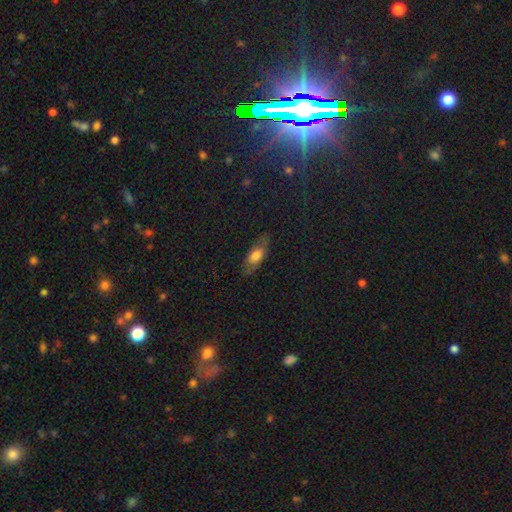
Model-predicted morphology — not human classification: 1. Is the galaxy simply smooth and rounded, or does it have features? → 61% smooth, 29% featured or disk, 10% star or artifact.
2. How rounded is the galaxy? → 78% in between, 19% cigar-shaped, 3% round.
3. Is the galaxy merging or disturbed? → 77% none, 17% minor disturbance, 5% major disturbance, 1% merger.